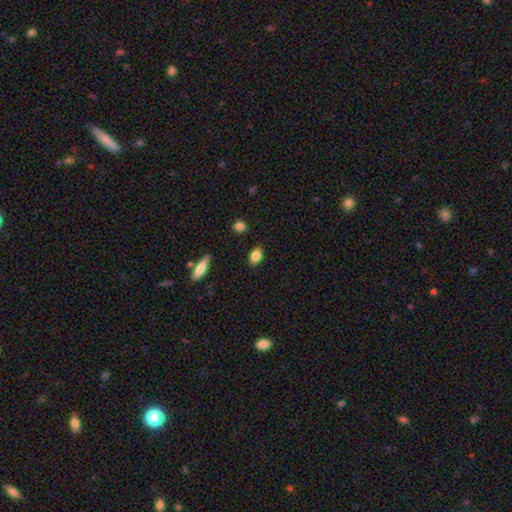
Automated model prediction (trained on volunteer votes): Overall: smooth (83%). How rounded: in between (81%). Merging: none (87%).